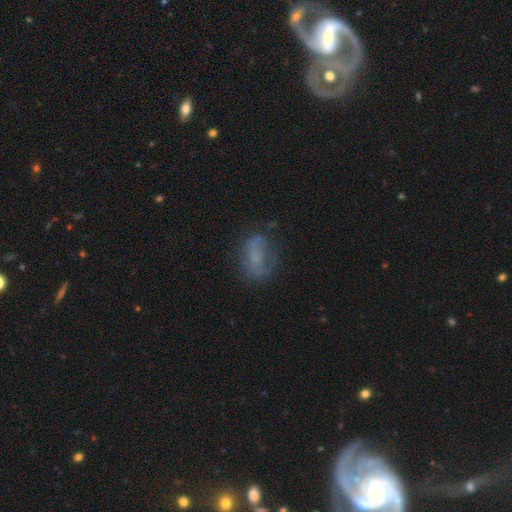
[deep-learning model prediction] A smooth galaxy with no disk features (51%) that is in between round and cigar-shaped (74%). Merging: none (53%).